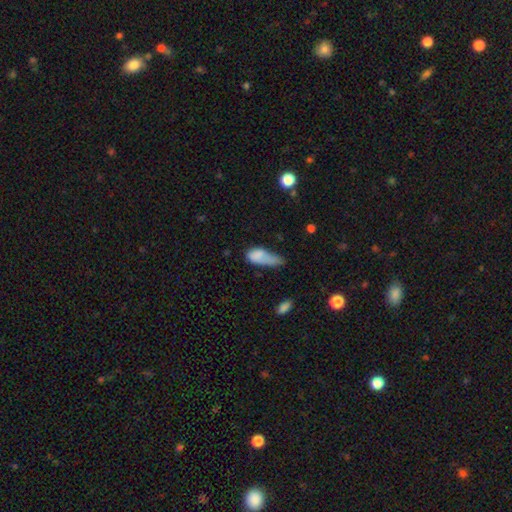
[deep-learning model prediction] Q: Smooth or featured?
A: smooth (75%); runner-up: featured or disk (16%)
Q: How rounded?
A: in between (76%); runner-up: cigar-shaped (19%)
Q: Merging?
A: major disturbance (39%); runner-up: minor disturbance (33%)